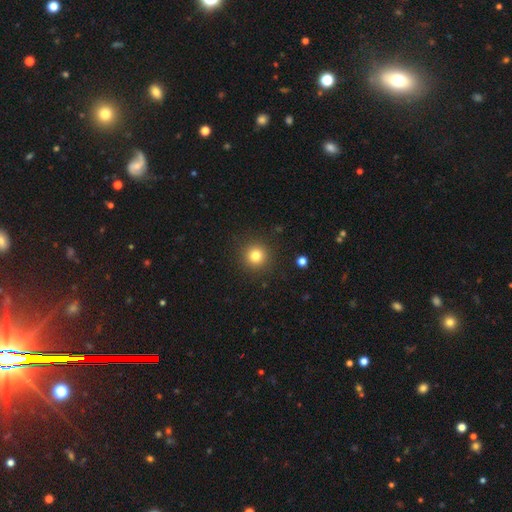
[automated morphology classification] smooth 80%, star or artifact 13%, featured or disk 7%. Down the decision tree: how rounded — round (95%); merging — none (91%).